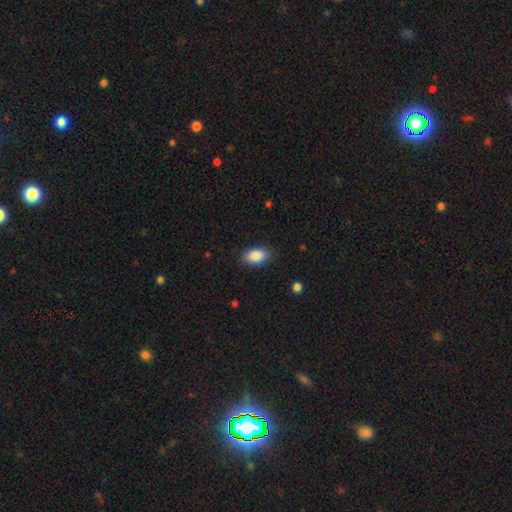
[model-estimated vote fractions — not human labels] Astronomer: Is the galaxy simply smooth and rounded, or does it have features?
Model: smooth — 88%.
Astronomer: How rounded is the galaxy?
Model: in between — 92%.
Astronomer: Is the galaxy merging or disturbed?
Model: none — 87%.